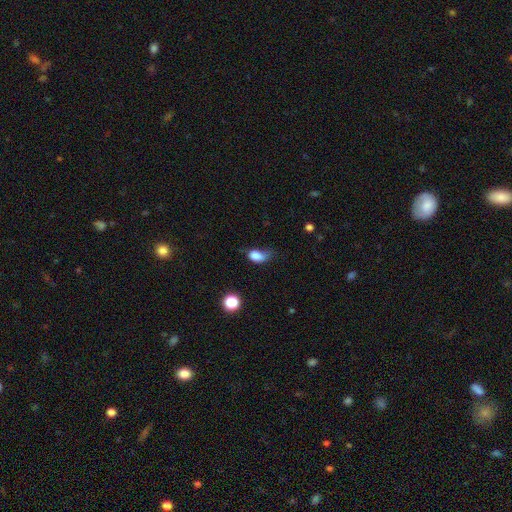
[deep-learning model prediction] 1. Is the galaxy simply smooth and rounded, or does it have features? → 79% smooth, 11% featured or disk, 10% star or artifact.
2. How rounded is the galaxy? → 76% in between, 21% round, 3% cigar-shaped.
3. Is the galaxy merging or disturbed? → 38% minor disturbance, 30% major disturbance, 28% none, 4% merger.